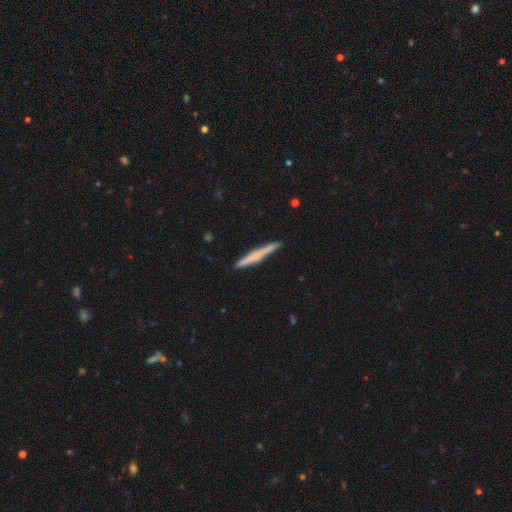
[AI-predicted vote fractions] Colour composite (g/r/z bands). It shows a smooth galaxy with no disk features (50%) that is cigar-shaped (96%). Merging: none (89%).